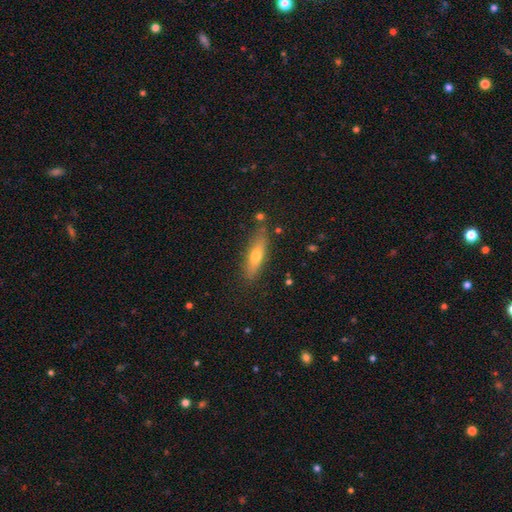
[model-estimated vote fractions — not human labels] Smooth or featured? Predicted: smooth (p=0.55). How rounded? Predicted: cigar-shaped (p=0.64). Merging? Predicted: none (p=0.81).